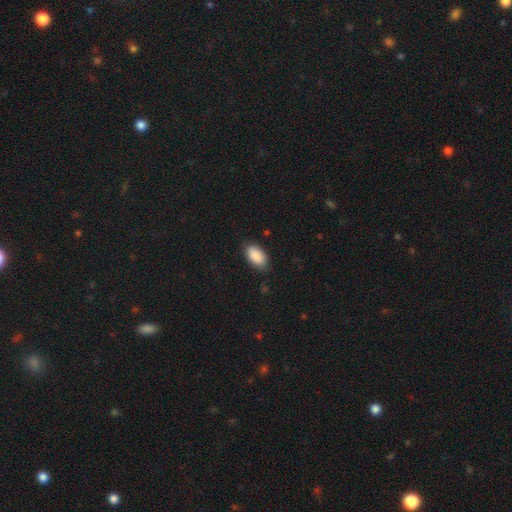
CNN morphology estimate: Smooth or featured? smooth (90%)
How rounded? in between (94%)
Merging? none (83%)